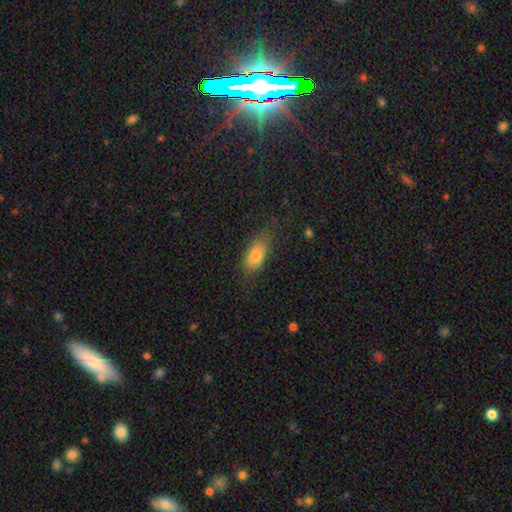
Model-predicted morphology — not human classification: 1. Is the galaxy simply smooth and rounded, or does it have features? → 80% smooth, 11% featured or disk, 9% star or artifact.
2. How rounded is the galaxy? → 86% in between, 8% cigar-shaped, 6% round.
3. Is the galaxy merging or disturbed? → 70% none, 21% minor disturbance, 8% major disturbance, 2% merger.